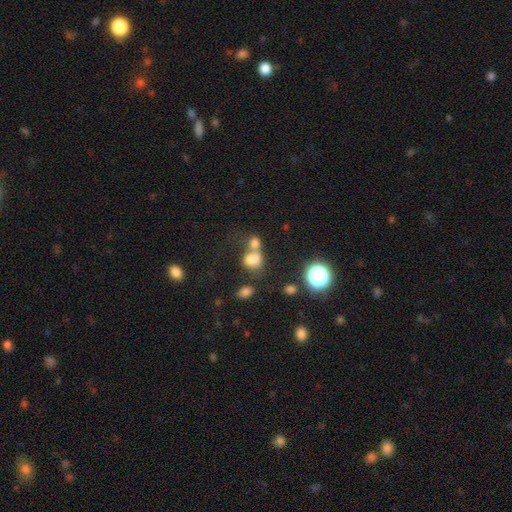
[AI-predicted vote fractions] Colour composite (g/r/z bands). It shows a smooth galaxy with no disk features (64%) that is round (64%). Merging: merger (42%).